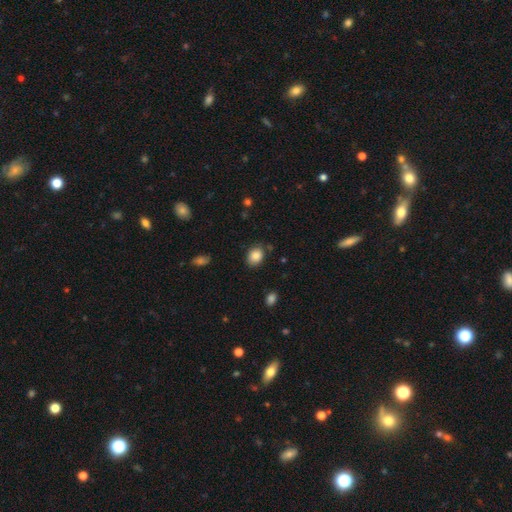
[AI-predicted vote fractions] smooth-or-featured: smooth: 86% | star or artifact: 9% | featured or disk: 5%
  how-rounded: in between: 55% | round: 44% | cigar-shaped: 1%
  merging: none: 81% | minor disturbance: 13% | major disturbance: 3% | merger: 2%